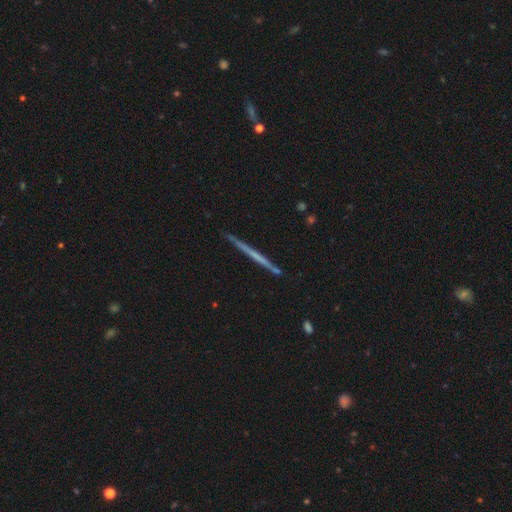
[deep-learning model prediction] smooth-or-featured: featured or disk: 56% | smooth: 38% | star or artifact: 6%
  disk-edge-on: yes: 98% | no: 2%
    edge-on-bulge: none: 90% | rounded: 6% | boxy: 4%
  merging: none: 88% | minor disturbance: 8% | merger: 2% | major disturbance: 1%